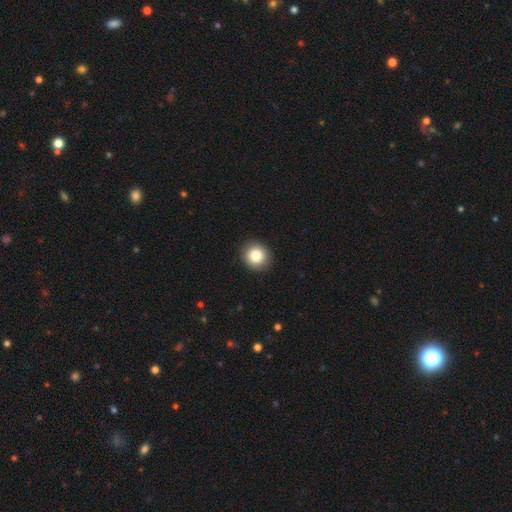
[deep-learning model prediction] smooth 83%, star or artifact 9%, featured or disk 7%. Down the decision tree: how rounded — round (92%); merging — none (92%).